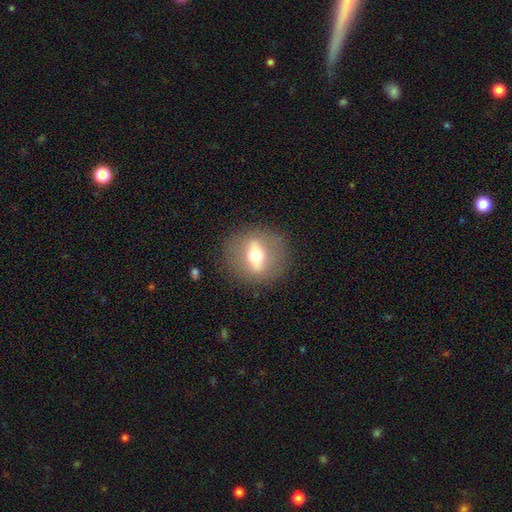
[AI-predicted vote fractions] The model was most divided on "edge-on disk": no: 54%, yes: 46%. More confident: merging — none (86%); smooth or featured — featured or disk (60%).